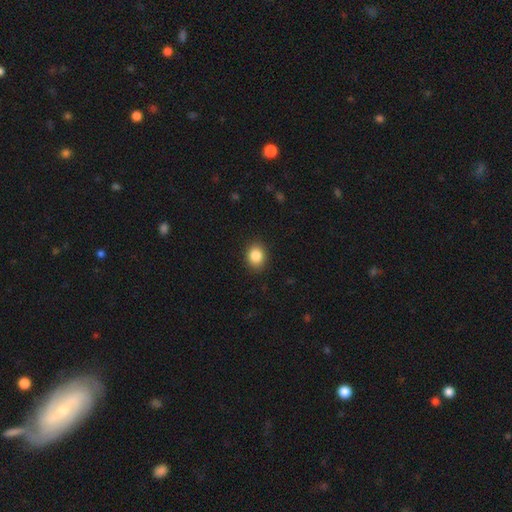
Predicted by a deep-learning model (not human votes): smooth 87%, star or artifact 9%, featured or disk 4%. Down the decision tree: how rounded — round (55%); merging — none (89%).